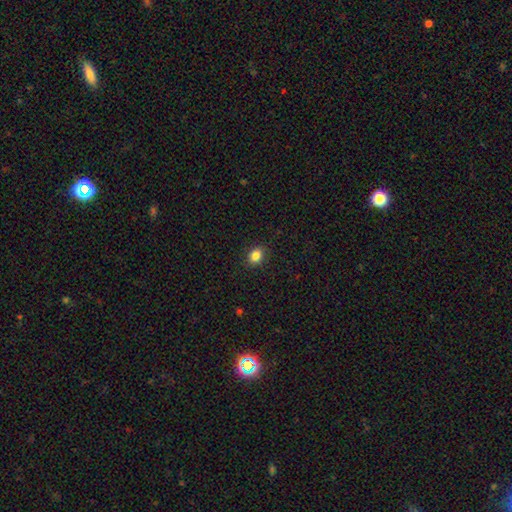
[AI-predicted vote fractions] Morphology: type=smooth (85%); roundness=in between (60%); merging=none (89%).